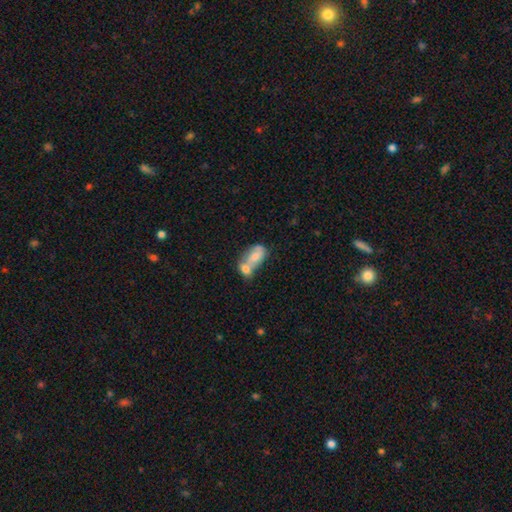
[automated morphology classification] Q: Smooth or featured?
A: smooth (63%); runner-up: featured or disk (30%)
Q: How rounded?
A: in between (87%); runner-up: round (9%)
Q: Merging?
A: merger (71%); runner-up: none (14%)